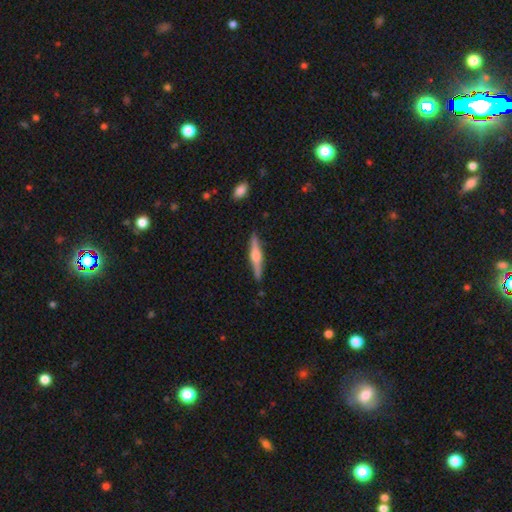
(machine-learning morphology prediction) smooth-or-featured: featured or disk: 67% | smooth: 27% | star or artifact: 6%
  disk-edge-on: yes: 98% | no: 2%
    edge-on-bulge: rounded: 85% | boxy: 11% | none: 4%
  merging: none: 89% | minor disturbance: 8% | major disturbance: 2% | merger: 1%